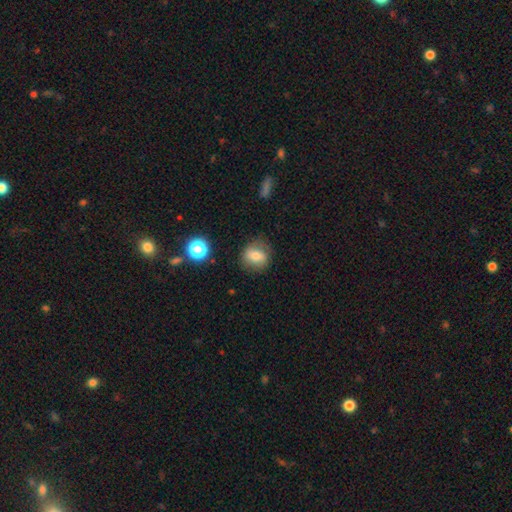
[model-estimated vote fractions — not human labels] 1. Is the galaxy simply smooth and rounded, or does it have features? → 68% smooth, 21% featured or disk, 10% star or artifact.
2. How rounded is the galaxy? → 62% round, 36% in between, 2% cigar-shaped.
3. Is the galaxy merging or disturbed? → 74% none, 18% minor disturbance, 6% major disturbance, 2% merger.